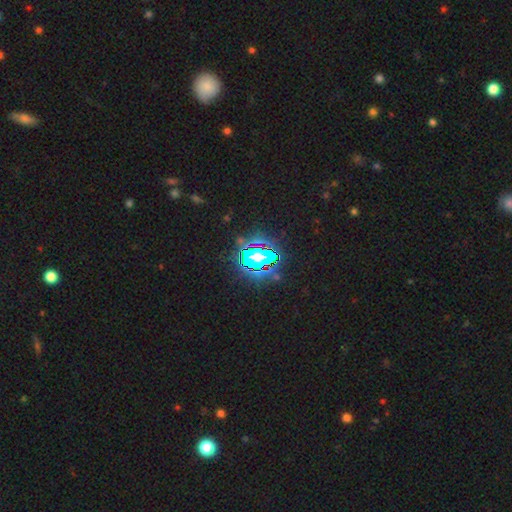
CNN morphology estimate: Smooth or featured? star or artifact (78%)